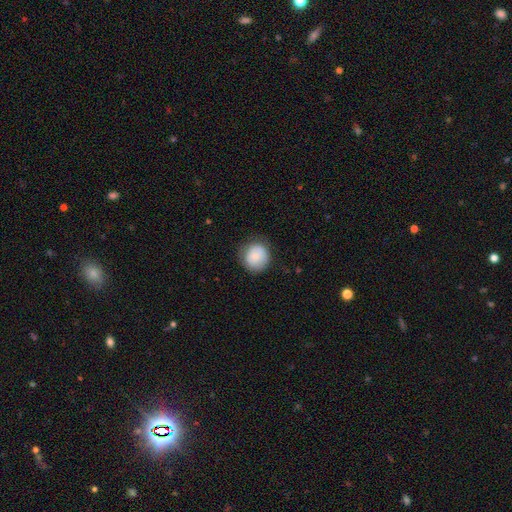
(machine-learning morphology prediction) Smooth or featured? smooth (83%)
How rounded? round (87%)
Merging? none (77%)